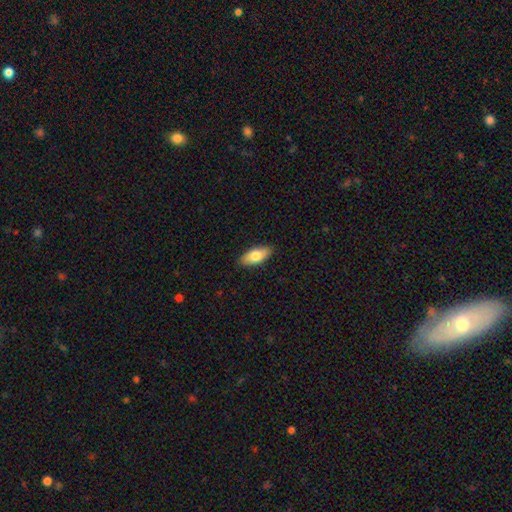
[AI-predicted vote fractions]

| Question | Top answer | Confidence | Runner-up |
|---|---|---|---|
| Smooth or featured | smooth | 77% | featured or disk (17%) |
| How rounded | in between | 86% | cigar-shaped (11%) |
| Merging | none | 88% | minor disturbance (9%) |